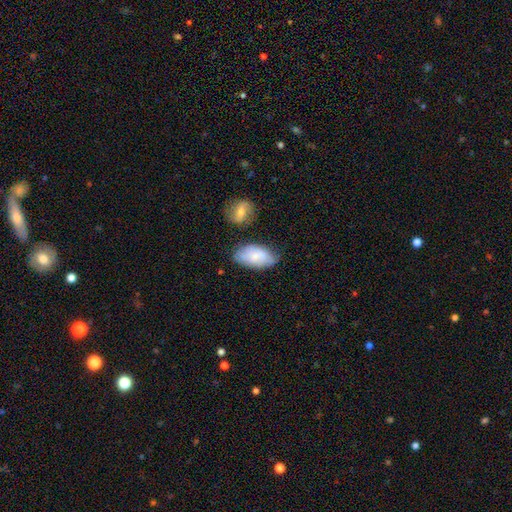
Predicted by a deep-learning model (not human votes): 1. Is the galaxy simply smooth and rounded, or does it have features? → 72% smooth, 22% featured or disk, 7% star or artifact.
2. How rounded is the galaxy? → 94% in between, 3% round, 3% cigar-shaped.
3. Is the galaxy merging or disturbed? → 57% none, 29% minor disturbance, 8% merger, 7% major disturbance.